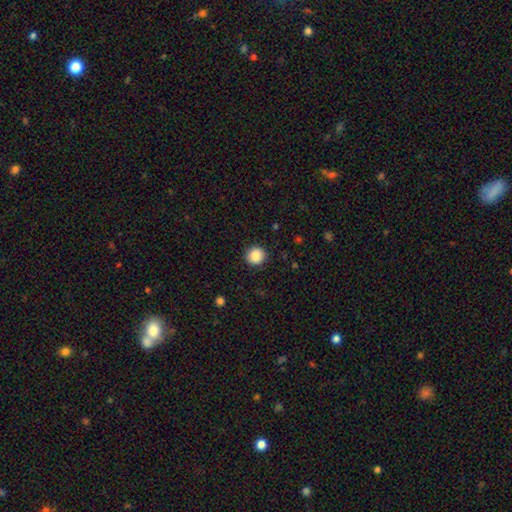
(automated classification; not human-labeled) Smooth or featured: smooth — 87% (star or artifact — 9%)
How rounded: round — 92% (in between — 7%)
Merging: none — 91% (minor disturbance — 6%)